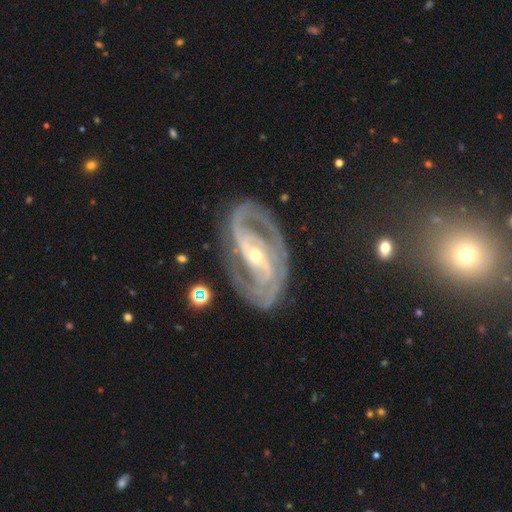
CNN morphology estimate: A featured or disk galaxy (90%) with a strong bar (47%), 2 (69%) tight (52%) spiral arms (97%) and a small central bulge (68%).

Vote fractions:
- Smooth or featured? featured or disk: 90% / star or artifact: 6% / smooth: 4%
- Edge-on disk? no: 96% / yes: 4%
- Bar? strong: 47% / weak: 30% / no: 23%
- Spiral arms? yes: 97% / no: 3%
- Spiral winding? tight: 52% / medium: 39% / loose: 9%
- Spiral arm count? 2: 69% / 3: 11% / can't tell: 9% / 4: 3% / 1: 3% / more than 4: 3%
- Bulge size? small: 68% / moderate: 30% / large: 1% / none: 1% / dominant: 1%
- Merging? none: 74% / minor disturbance: 17% / major disturbance: 8% / merger: 2%